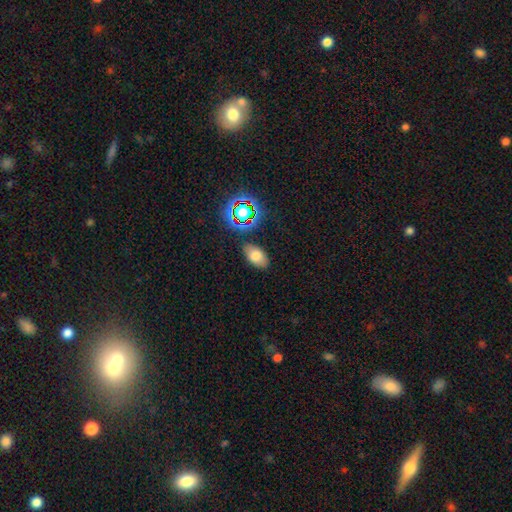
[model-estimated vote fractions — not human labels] This appears to be a smooth galaxy with no disk features (71%) that is in between round and cigar-shaped (91%). Merging: none (83%).